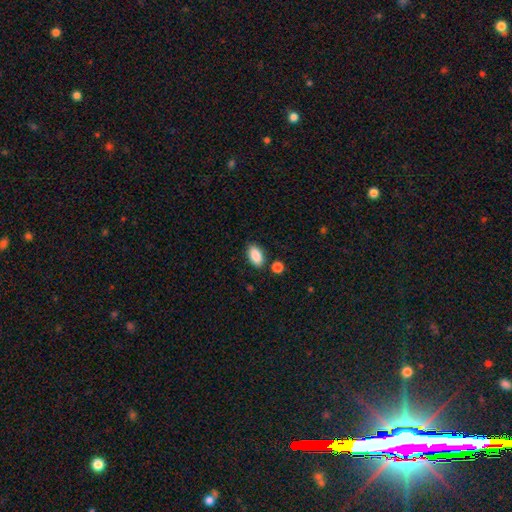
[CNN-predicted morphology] type=smooth (89%); roundness=in between (92%); merging=none (83%).